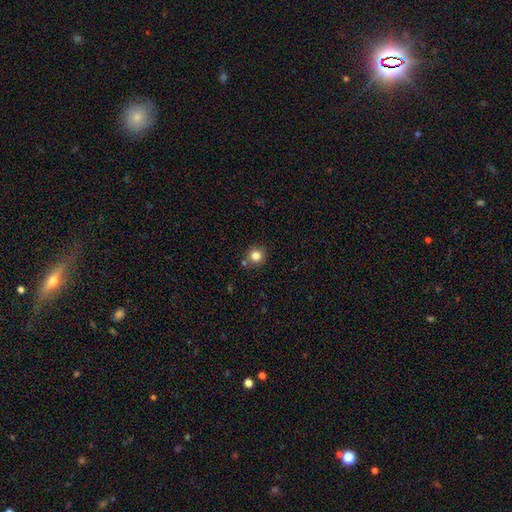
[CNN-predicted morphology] Smooth or featured: smooth — 82% (star or artifact — 12%)
How rounded: round — 92% (in between — 7%)
Merging: none — 81% (minor disturbance — 9%)